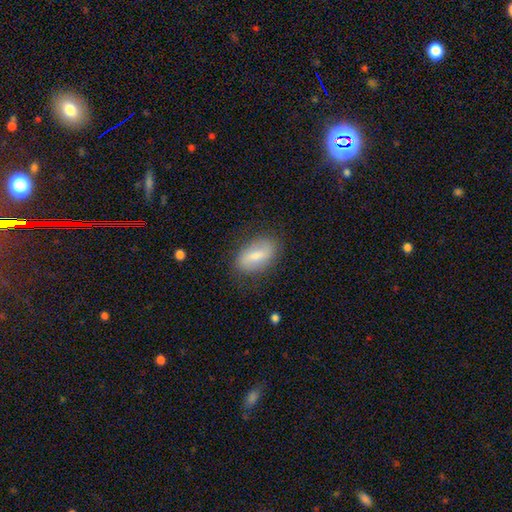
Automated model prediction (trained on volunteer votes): Smooth or featured?
  - smooth: 66% *
  - featured or disk: 27%
  - star or artifact: 7%
How rounded?
  - in between: 90% *
  - round: 5%
  - cigar-shaped: 4%
Merging?
  - none: 78% *
  - minor disturbance: 16%
  - major disturbance: 5%
  - merger: 1%